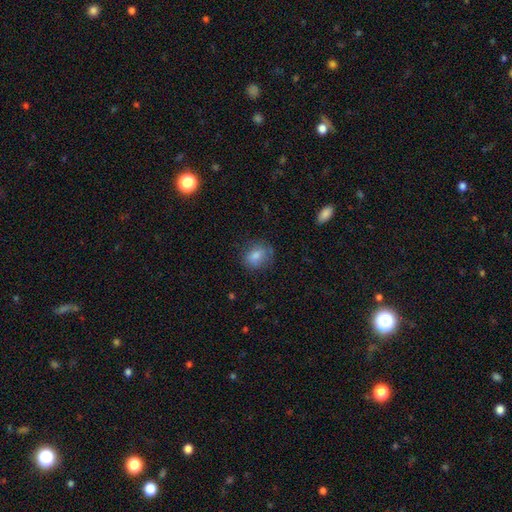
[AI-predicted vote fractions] Q: Smooth or featured?
A: smooth (79%); runner-up: featured or disk (11%)
Q: How rounded?
A: round (53%); runner-up: in between (46%)
Q: Merging?
A: none (77%); runner-up: minor disturbance (17%)